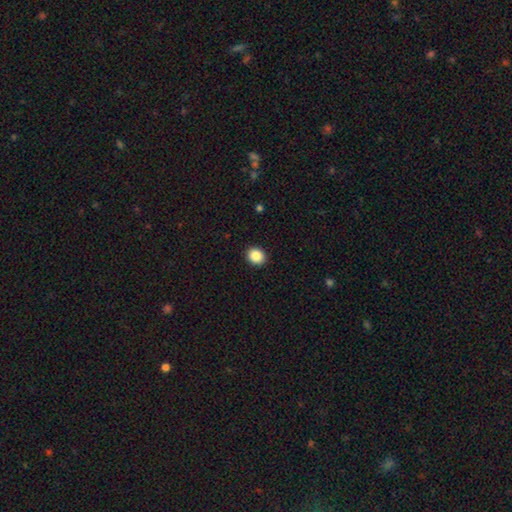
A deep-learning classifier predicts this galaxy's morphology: Q: Smooth or featured?
A: smooth (88%); runner-up: star or artifact (9%)
Q: How rounded?
A: round (69%); runner-up: in between (30%)
Q: Merging?
A: none (92%); runner-up: minor disturbance (6%)